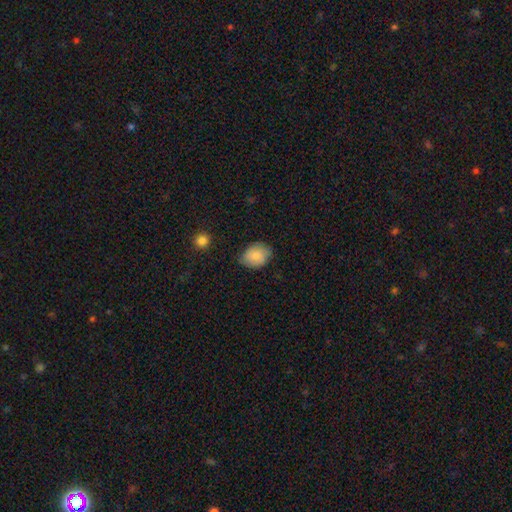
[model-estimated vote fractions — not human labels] Overall: smooth (84%). How rounded: in between (65%; round 34%). Merging: none (70%).